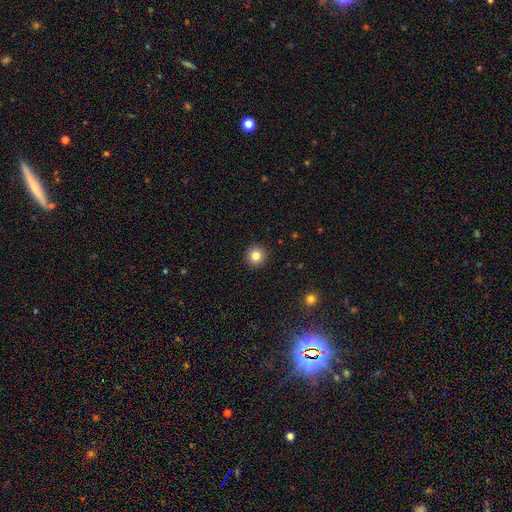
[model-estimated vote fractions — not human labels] Smooth or featured? smooth (84%)
How rounded? round (95%)
Merging? none (93%)